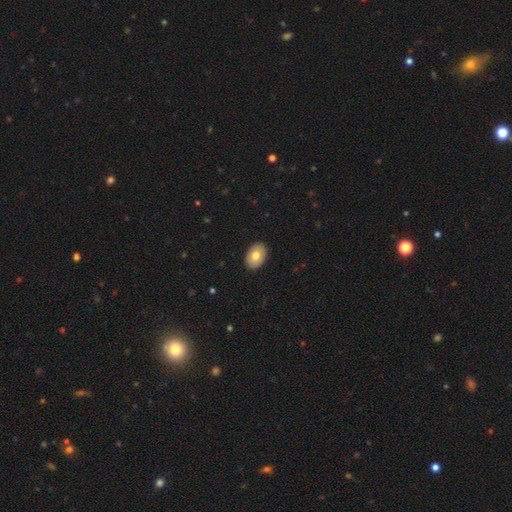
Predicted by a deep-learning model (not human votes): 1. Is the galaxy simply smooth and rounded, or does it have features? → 74% smooth, 19% featured or disk, 6% star or artifact.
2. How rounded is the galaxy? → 84% in between, 15% round, 1% cigar-shaped.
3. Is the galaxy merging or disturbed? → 91% none, 7% minor disturbance, 2% major disturbance, 1% merger.